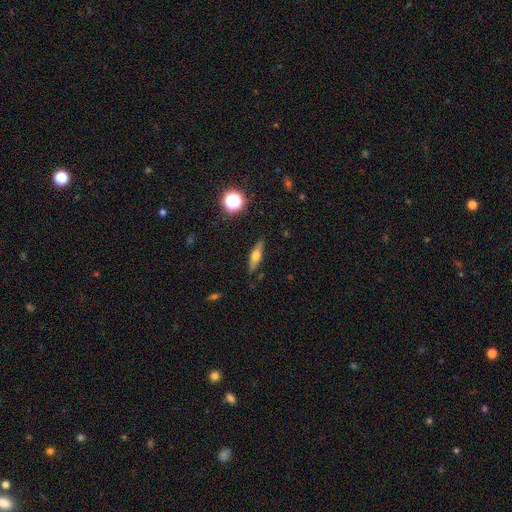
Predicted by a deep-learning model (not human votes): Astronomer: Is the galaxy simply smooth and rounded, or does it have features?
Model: featured or disk — 47% (runner-up: smooth, 44%).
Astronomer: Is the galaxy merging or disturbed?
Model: none — 86%.